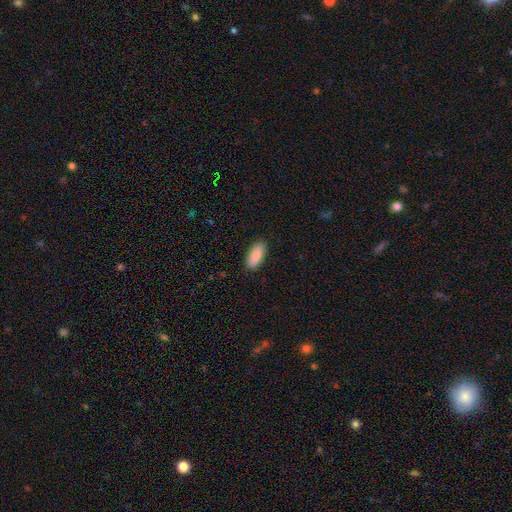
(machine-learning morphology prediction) smooth-or-featured: smooth: 87% | featured or disk: 7% | star or artifact: 6%
  how-rounded: in between: 86% | cigar-shaped: 12% | round: 2%
  merging: none: 89% | minor disturbance: 8% | major disturbance: 2% | merger: 1%